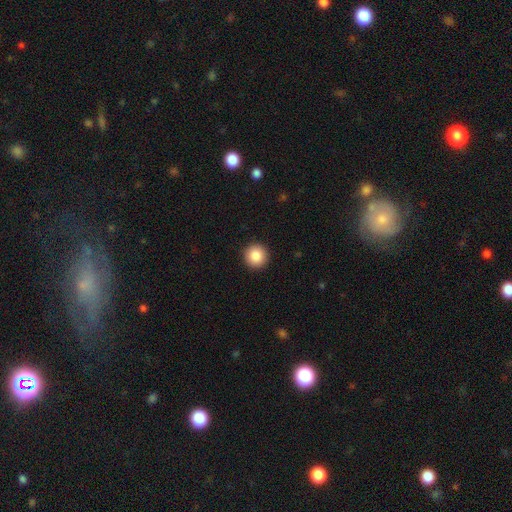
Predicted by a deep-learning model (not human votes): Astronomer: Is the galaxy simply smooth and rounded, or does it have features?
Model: smooth — 87%.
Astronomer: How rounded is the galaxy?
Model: round — 95%.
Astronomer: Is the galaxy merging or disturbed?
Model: none — 93%.